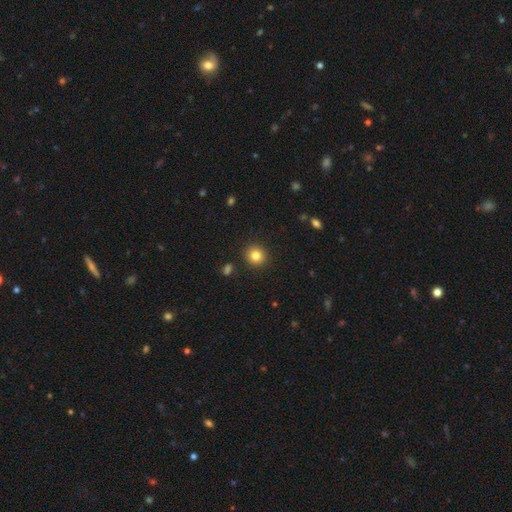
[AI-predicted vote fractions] smooth_or_featured: smooth (p=0.83) [alt: star or artifact p=0.11]
how_rounded: round (p=0.88) [alt: in between p=0.11]
merging: none (p=0.91) [alt: minor disturbance p=0.06]